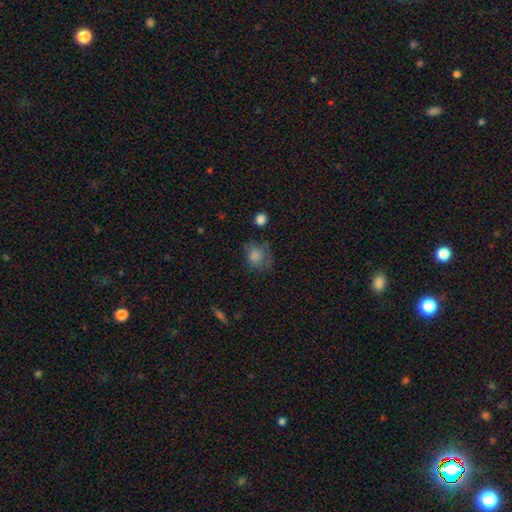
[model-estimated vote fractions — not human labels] Smooth or featured: smooth — 78% (star or artifact — 11%)
How rounded: round — 64% (in between — 35%)
Merging: none — 53% (minor disturbance — 28%)